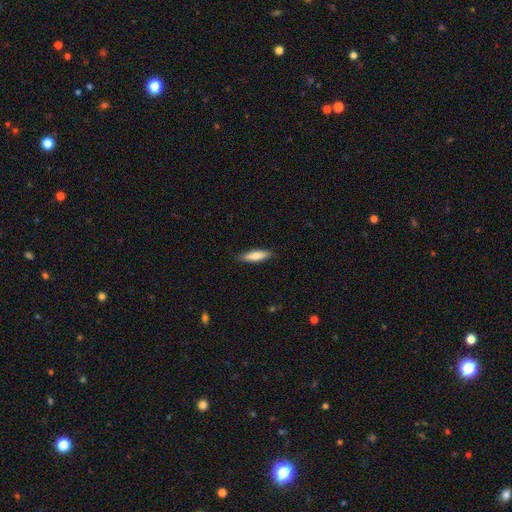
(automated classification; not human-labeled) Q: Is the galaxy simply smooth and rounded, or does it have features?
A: smooth — 80%.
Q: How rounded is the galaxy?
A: cigar-shaped — 59%.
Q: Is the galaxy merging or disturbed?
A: none — 87%.